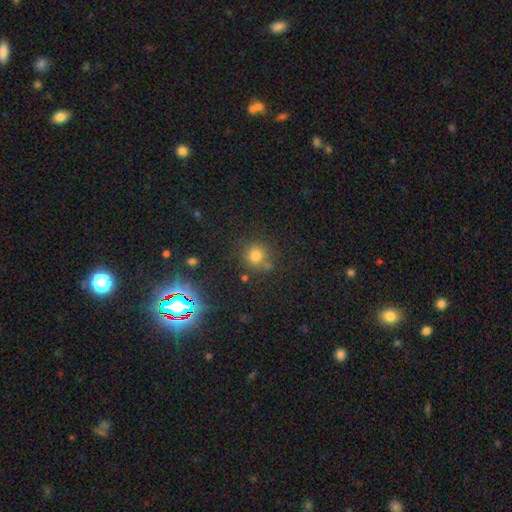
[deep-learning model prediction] This appears to be a smooth galaxy with no disk features (73%) that is round (91%). Merging: none (75%).